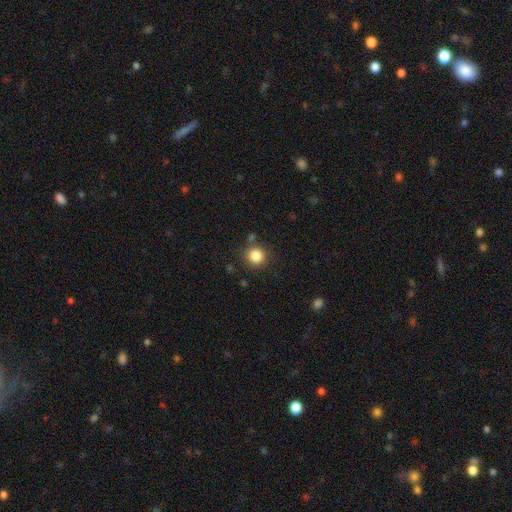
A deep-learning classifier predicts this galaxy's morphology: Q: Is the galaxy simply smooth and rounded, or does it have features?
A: smooth — 84%.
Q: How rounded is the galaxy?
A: round — 91%.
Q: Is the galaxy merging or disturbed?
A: none — 83%.